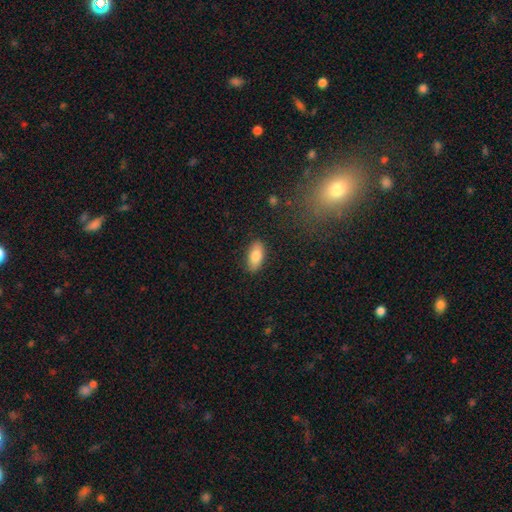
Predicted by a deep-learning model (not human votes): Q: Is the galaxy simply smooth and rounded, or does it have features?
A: smooth — 82%.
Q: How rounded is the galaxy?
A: in between — 88%.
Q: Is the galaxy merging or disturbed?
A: none — 87%.